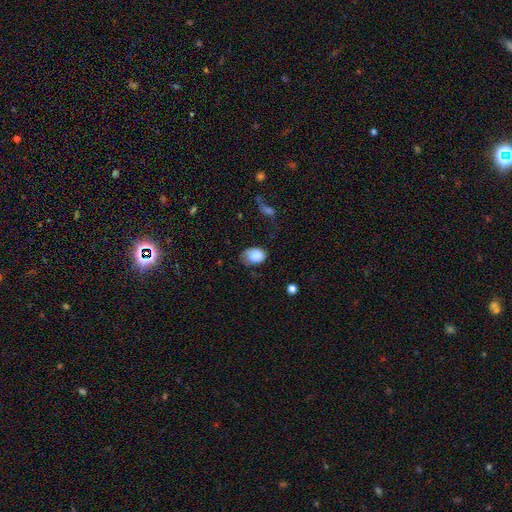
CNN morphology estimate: The model was most divided on "merging": none: 45%, minor disturbance: 36%, major disturbance: 16%, merger: 3%. More confident: smooth or featured — smooth (82%); how rounded — in between (75%).